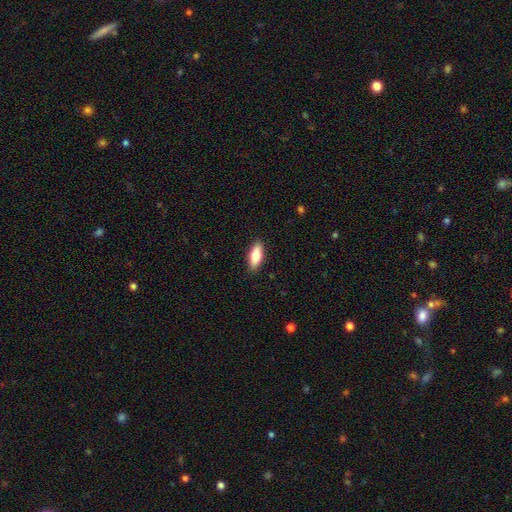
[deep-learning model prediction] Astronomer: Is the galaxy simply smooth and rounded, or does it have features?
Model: smooth — 75%.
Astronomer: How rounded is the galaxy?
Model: in between — 72%.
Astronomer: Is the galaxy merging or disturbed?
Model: none — 89%.